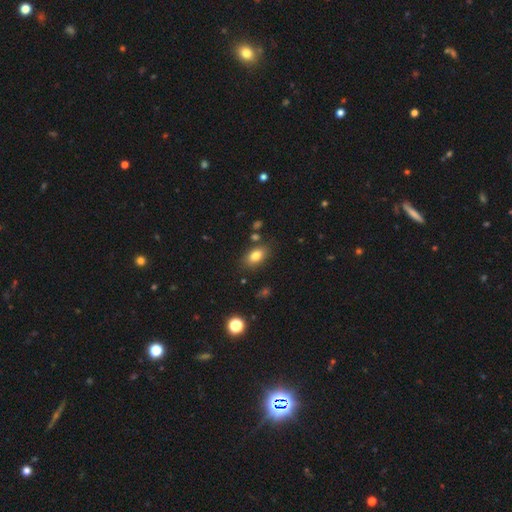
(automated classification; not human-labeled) Smooth or featured: smooth — 81% (featured or disk — 10%)
How rounded: in between — 86% (round — 10%)
Merging: none — 81% (minor disturbance — 12%)